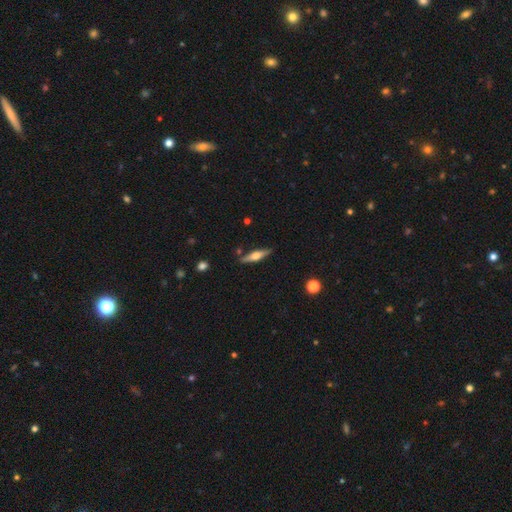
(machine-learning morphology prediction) Smooth or featured: featured or disk — 60% (smooth — 34%)
Edge-on disk: yes — 96% (no — 4%)
Edge-on bulge: rounded — 88% (boxy — 9%)
Merging: none — 84% (minor disturbance — 10%)